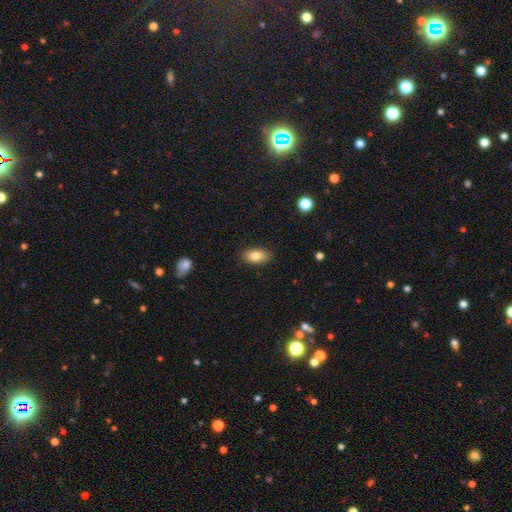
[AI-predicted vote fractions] A smooth galaxy with no disk features (82%) that is in between round and cigar-shaped (91%).

Vote fractions:
- Smooth or featured? smooth: 82% / featured or disk: 10% / star or artifact: 8%
- How rounded? in between: 91% / round: 6% / cigar-shaped: 3%
- Merging? none: 87% / minor disturbance: 10% / major disturbance: 2% / merger: 1%